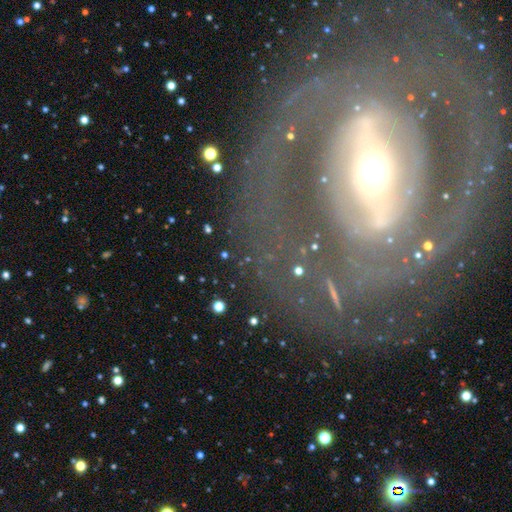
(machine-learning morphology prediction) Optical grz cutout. It shows a featured or disk galaxy (79%) with a strong bar (54%), spiral arms (66%) and a moderate central bulge (55%). Merging: none (70%).